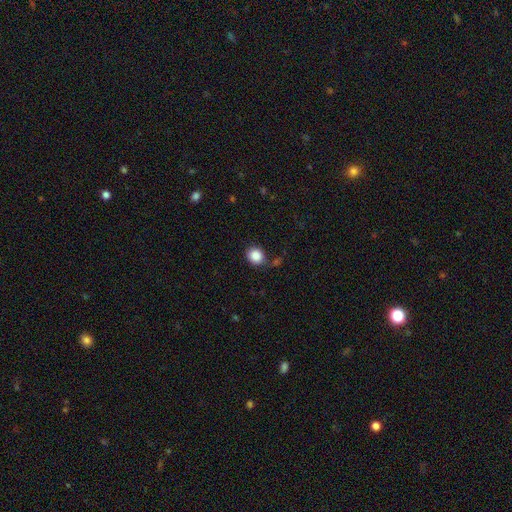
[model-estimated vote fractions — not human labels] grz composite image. It shows a smooth galaxy with no disk features (87%) that is round (77%). Merging: none (78%).